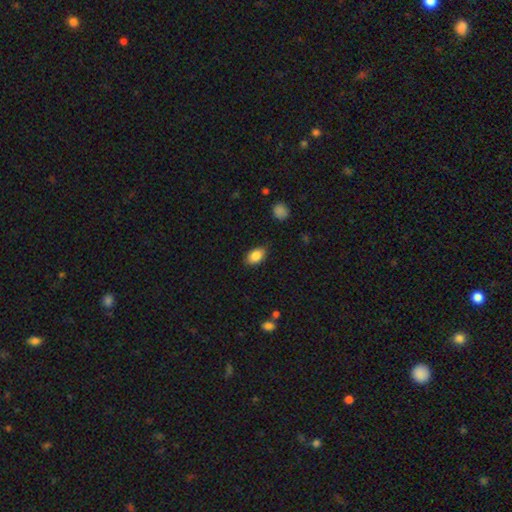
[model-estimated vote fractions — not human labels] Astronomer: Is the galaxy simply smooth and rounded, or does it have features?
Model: smooth — 85%.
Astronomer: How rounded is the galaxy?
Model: in between — 88%.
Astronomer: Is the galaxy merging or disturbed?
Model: none — 84%.